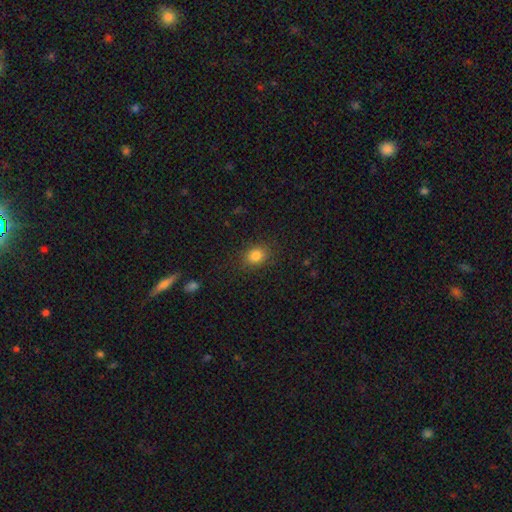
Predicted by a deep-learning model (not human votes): Q: Smooth or featured?
A: smooth (84%); runner-up: star or artifact (11%)
Q: How rounded?
A: round (52%); runner-up: in between (46%)
Q: Merging?
A: none (85%); runner-up: minor disturbance (10%)